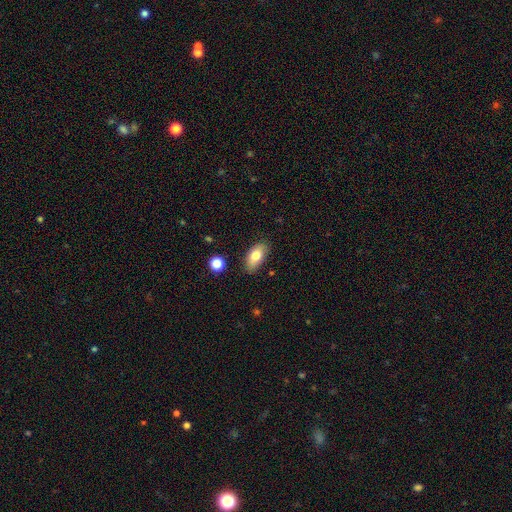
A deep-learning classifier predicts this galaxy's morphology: Q: Smooth or featured?
A: smooth (78%); runner-up: featured or disk (15%)
Q: How rounded?
A: in between (90%); runner-up: cigar-shaped (6%)
Q: Merging?
A: none (82%); runner-up: minor disturbance (14%)